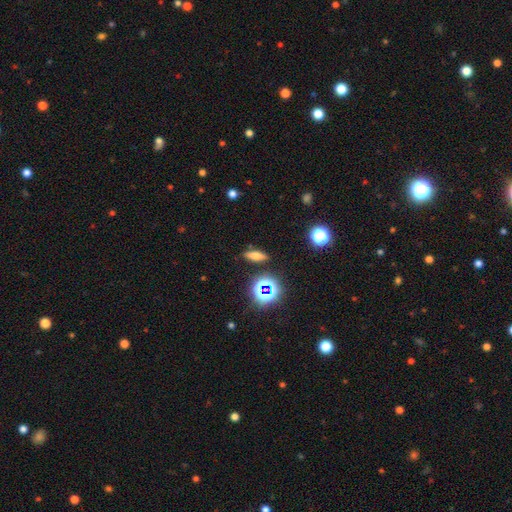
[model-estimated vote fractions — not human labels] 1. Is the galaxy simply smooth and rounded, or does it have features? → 64% smooth, 20% star or artifact, 15% featured or disk.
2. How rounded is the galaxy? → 45% in between (tied), 45% cigar-shaped (tied), 10% round.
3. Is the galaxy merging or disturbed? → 86% none, 9% minor disturbance, 3% major disturbance, 3% merger.